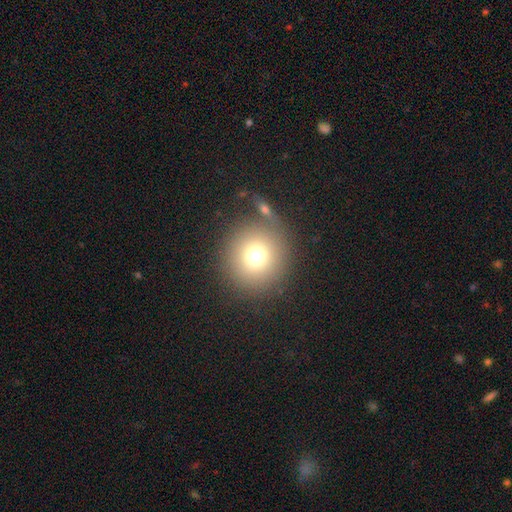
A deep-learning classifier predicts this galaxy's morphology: This appears to be a smooth galaxy with no disk features (72%) that is round (93%). Merging: none (78%).